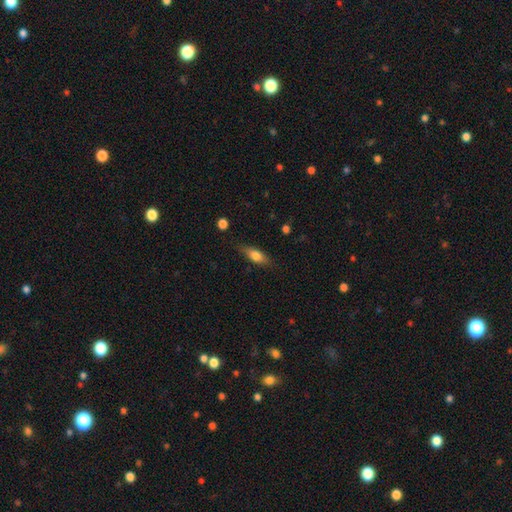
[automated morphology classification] Smooth or featured?
  - smooth: 71% *
  - featured or disk: 22%
  - star or artifact: 7%
How rounded?
  - in between: 64% *
  - cigar-shaped: 32%
  - round: 4%
Merging?
  - none: 79% *
  - minor disturbance: 16%
  - major disturbance: 3%
  - merger: 1%